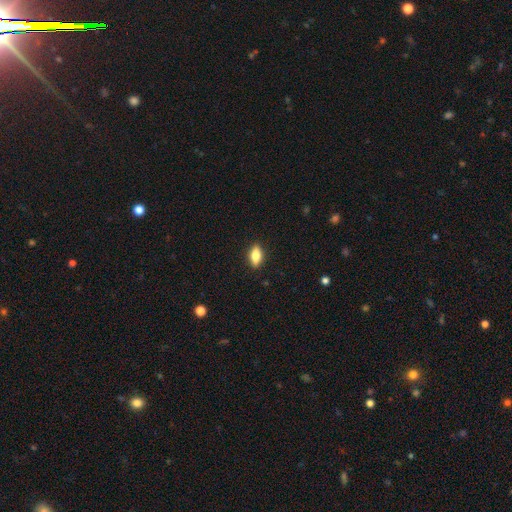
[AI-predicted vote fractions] This is likely a smooth galaxy (76%). How rounded: clearly in between (81%). Merging: clearly none (88%).